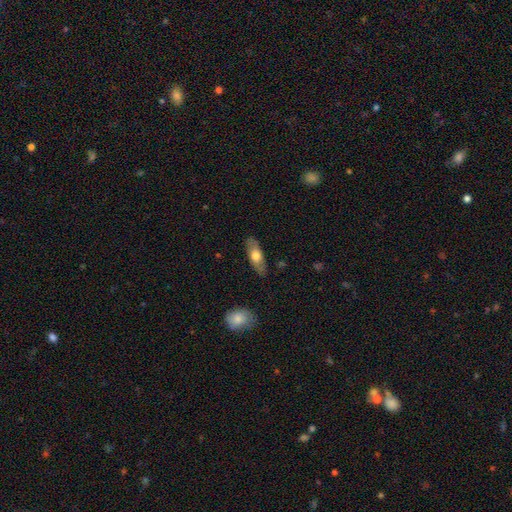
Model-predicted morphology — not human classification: smooth-or-featured: smooth: 62% | featured or disk: 32% | star or artifact: 6%
  how-rounded: in between: 68% | cigar-shaped: 29% | round: 3%
  merging: none: 83% | minor disturbance: 13% | major disturbance: 3% | merger: 1%